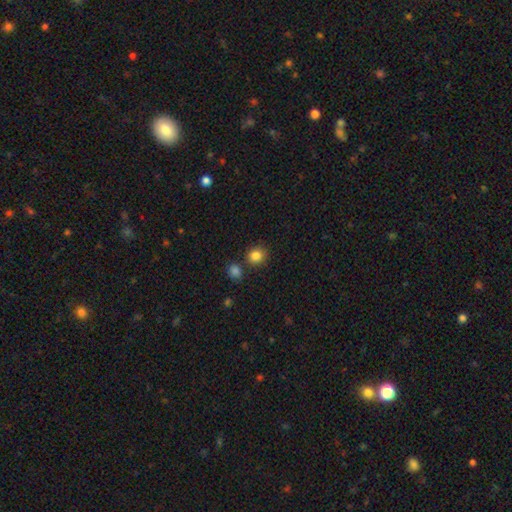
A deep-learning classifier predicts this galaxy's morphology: type=smooth (84%); roundness=round (81%); merging=none (78%).